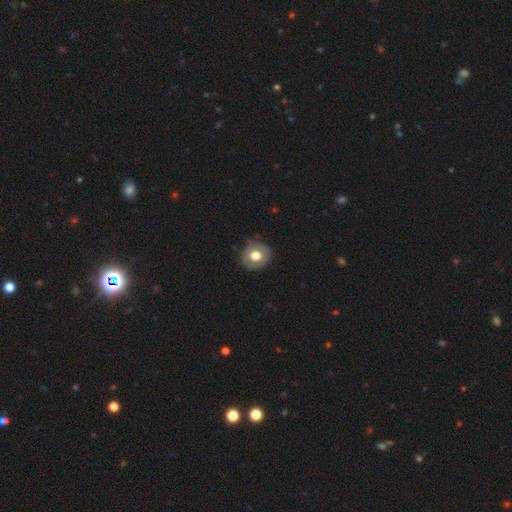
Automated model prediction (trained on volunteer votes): Q: Smooth or featured?
A: smooth (68%); runner-up: featured or disk (24%)
Q: How rounded?
A: round (84%); runner-up: in between (15%)
Q: Merging?
A: none (82%); runner-up: minor disturbance (14%)